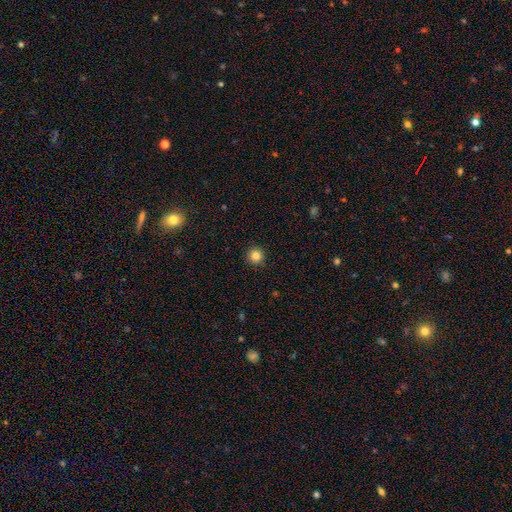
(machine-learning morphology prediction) Q: Smooth or featured?
A: smooth (83%); runner-up: star or artifact (11%)
Q: How rounded?
A: round (96%); runner-up: in between (3%)
Q: Merging?
A: none (93%); runner-up: minor disturbance (5%)